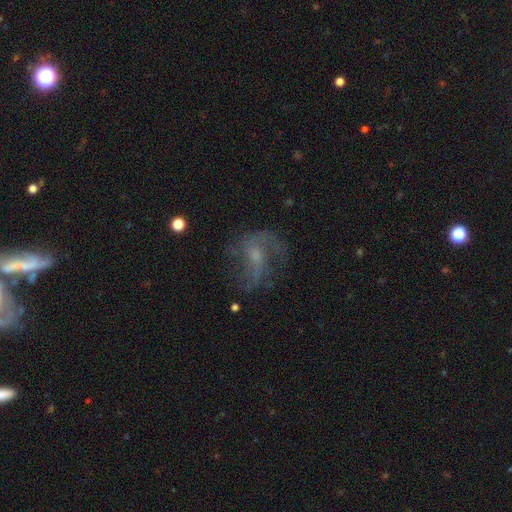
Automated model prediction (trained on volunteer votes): Morphology: type=featured or disk (69%); edge-on=no (97%); bar=no (53%); spiral arms=yes (82%); winding=loose (53%); arm count=2 (60%); bulge=small (45%); merging=none (55%).